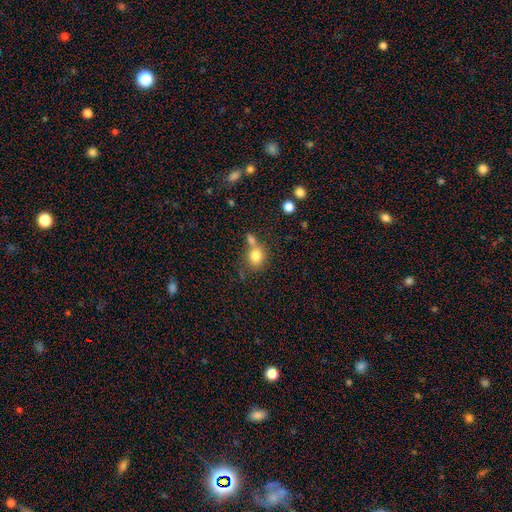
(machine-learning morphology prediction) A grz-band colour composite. It shows a smooth galaxy with no disk features (81%) that is round (73%). Merging: none (48%).